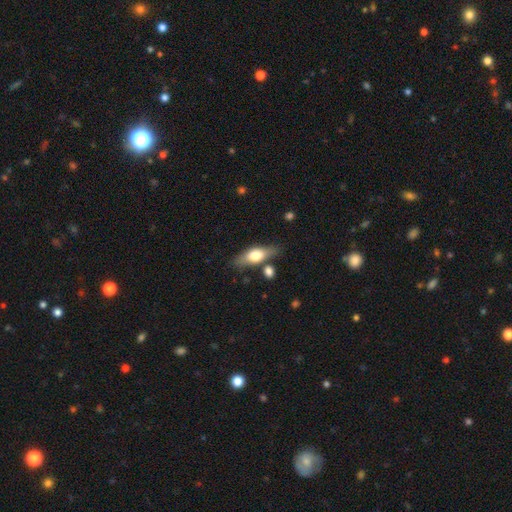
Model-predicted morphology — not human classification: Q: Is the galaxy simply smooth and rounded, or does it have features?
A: smooth — 58%.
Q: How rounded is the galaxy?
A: in between — 60%.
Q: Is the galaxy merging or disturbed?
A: none — 76%.